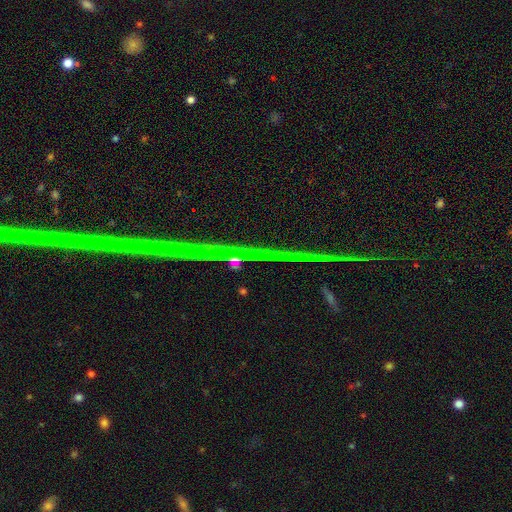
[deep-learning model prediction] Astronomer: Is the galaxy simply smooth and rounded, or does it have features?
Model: star or artifact — 75%.